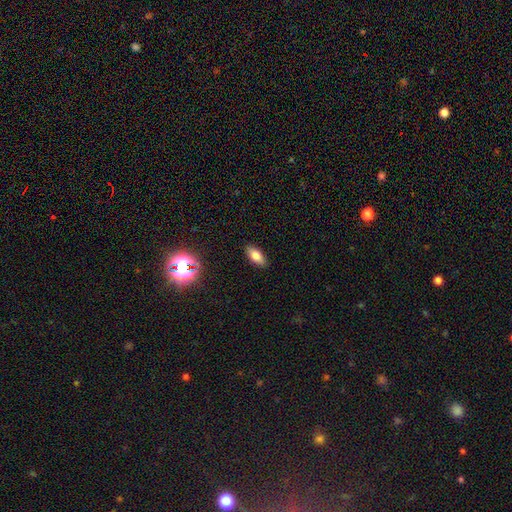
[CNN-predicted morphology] smooth 77%, star or artifact 11%, featured or disk 11%. Down the decision tree: how rounded — in between (84%); merging — none (88%).